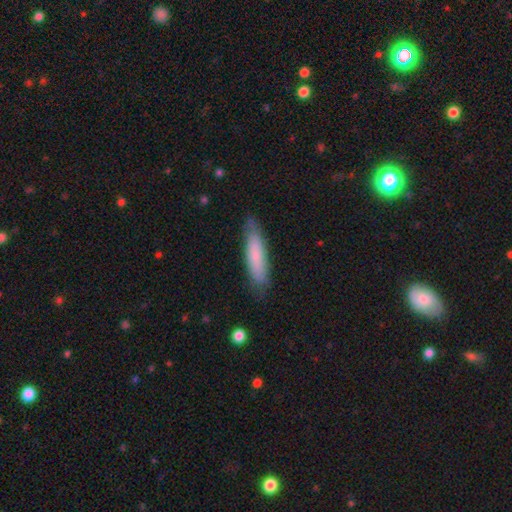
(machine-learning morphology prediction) Overall: smooth (75%). How rounded: cigar-shaped (76%). Merging: none (79%).